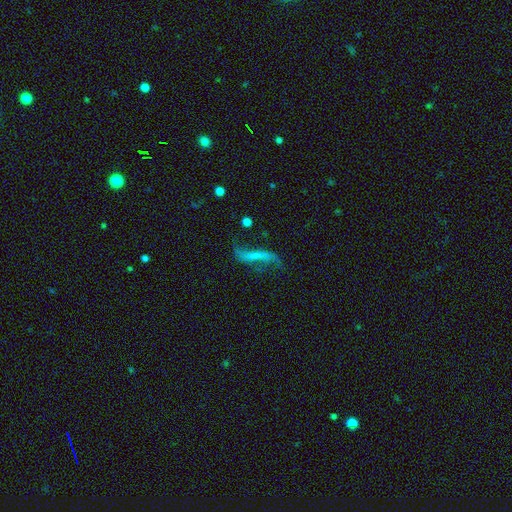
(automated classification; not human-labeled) featured or disk 71%, smooth 20%, star or artifact 10%. Down the decision tree: edge-on disk — no (84%); bar — strong (43%); spiral arms — yes (85%); spiral arm count — 2 (89%); spiral winding — loose (92%); bulge size — none (61%); merging — none (53%).